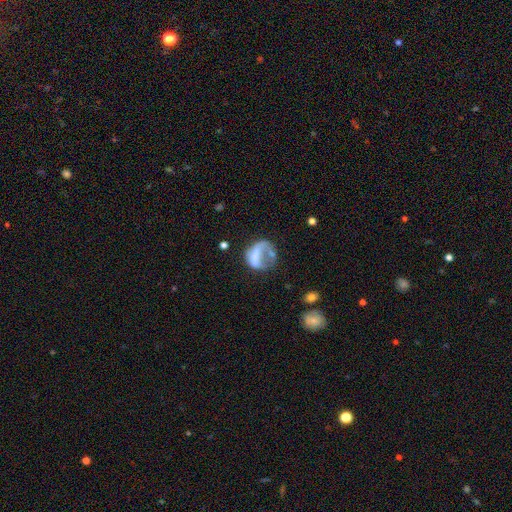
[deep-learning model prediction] The model was most divided on "smooth or featured": smooth: 47%, featured or disk: 43%, star or artifact: 10%. Remaining: merging — major disturbance (48%).